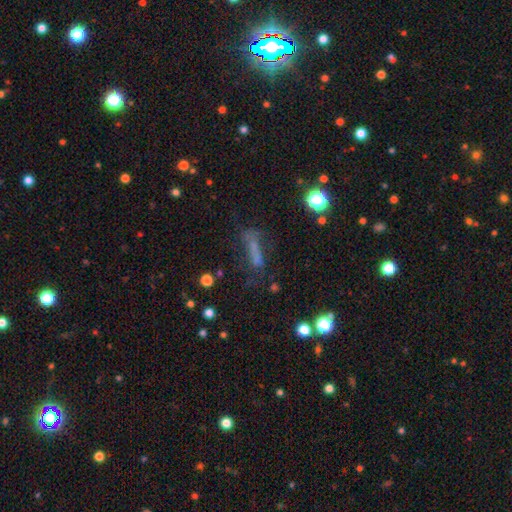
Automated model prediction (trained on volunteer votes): smooth-or-featured: smooth: 49% | featured or disk: 27% | star or artifact: 24%
  merging: none: 49% | major disturbance: 22% | minor disturbance: 22% | merger: 7%